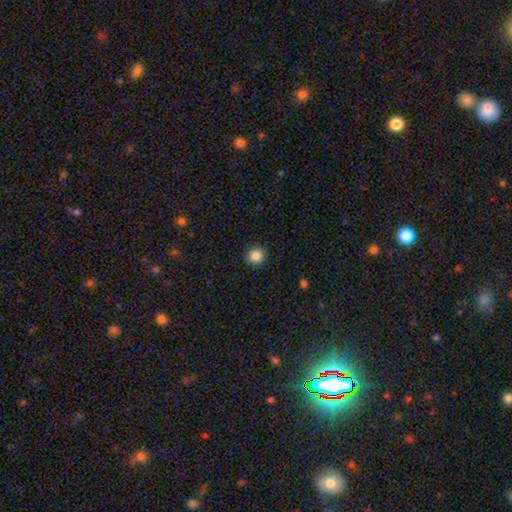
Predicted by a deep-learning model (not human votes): The model was most divided on "how rounded": round: 86%, in between: 13%, cigar-shaped: 1%. More confident: merging — none (91%); smooth or featured — smooth (85%).